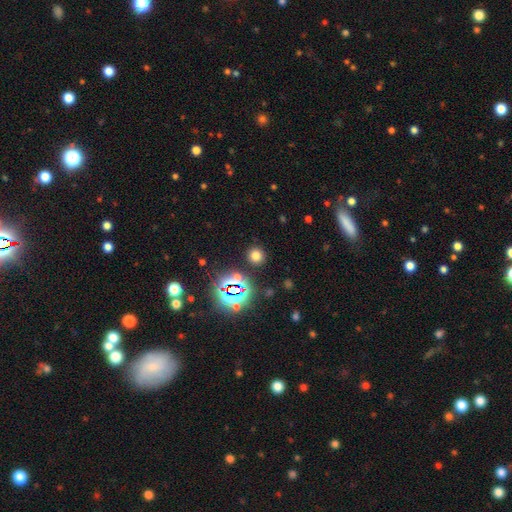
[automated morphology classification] Q: Smooth or featured?
A: smooth (68%); runner-up: star or artifact (25%)
Q: How rounded?
A: round (89%); runner-up: in between (9%)
Q: Merging?
A: none (88%); runner-up: minor disturbance (7%)